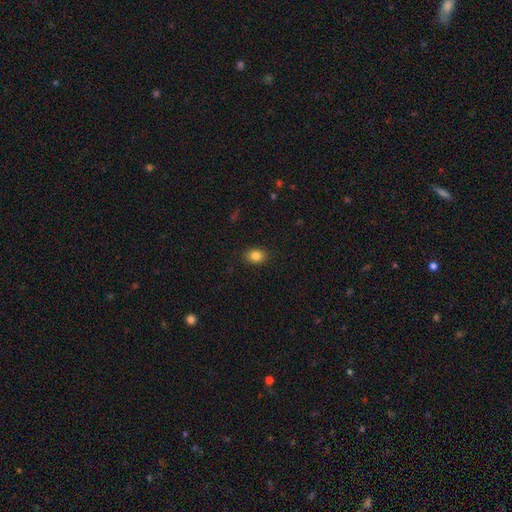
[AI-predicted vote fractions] Q: Smooth or featured?
A: smooth (84%); runner-up: star or artifact (10%)
Q: How rounded?
A: in between (66%); runner-up: round (33%)
Q: Merging?
A: none (89%); runner-up: minor disturbance (8%)